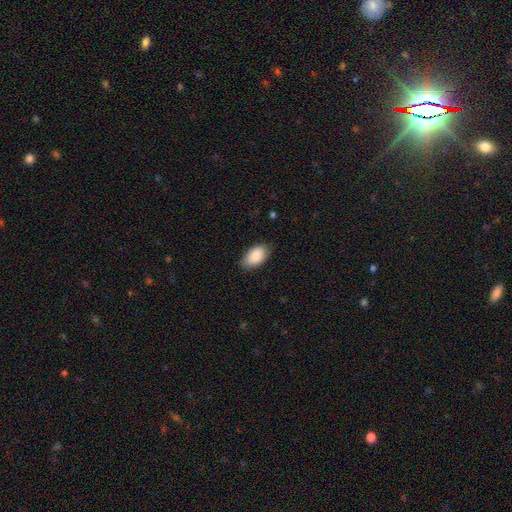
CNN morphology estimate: Smooth or featured? smooth (87%)
How rounded? in between (94%)
Merging? none (82%)